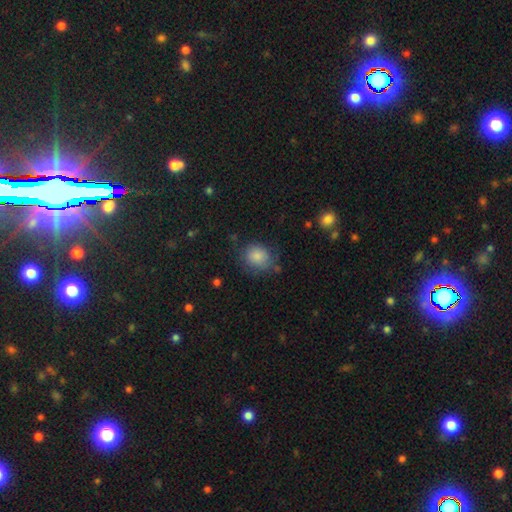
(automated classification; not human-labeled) Overall: smooth (82%). How rounded: round (66%; in between 33%). Merging: none (69%).